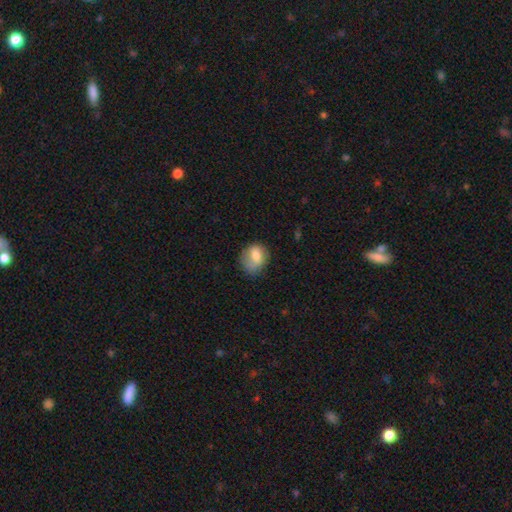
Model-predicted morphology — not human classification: Smooth or featured? Predicted: smooth (p=0.77). How rounded? Predicted: in between (p=0.54). Merging? Predicted: none (p=0.52).